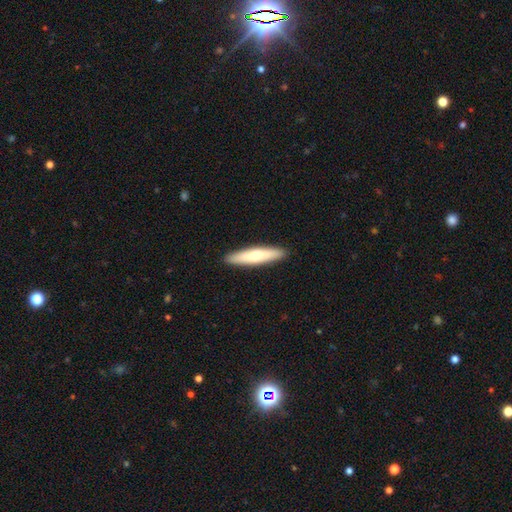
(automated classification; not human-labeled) This appears to be a smooth galaxy with no disk features (62%) that is cigar-shaped (82%). Merging: none (91%).